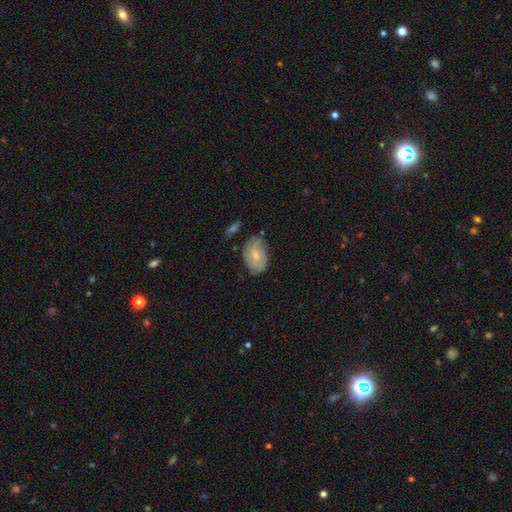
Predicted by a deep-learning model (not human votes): smooth_or_featured: smooth (p=0.58) [alt: featured or disk p=0.35]
how_rounded: in between (p=0.87) [alt: round p=0.11]
merging: none (p=0.64) [alt: minor disturbance p=0.26]